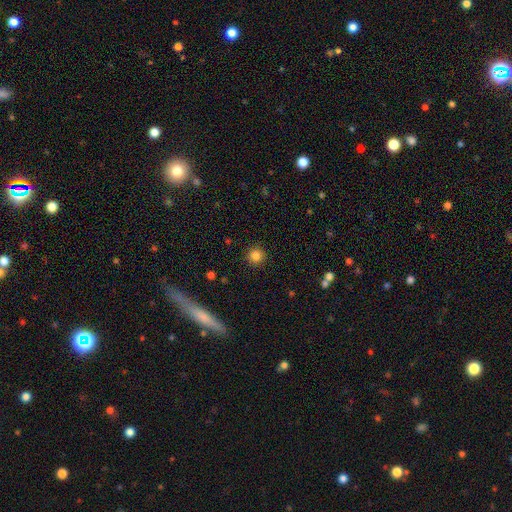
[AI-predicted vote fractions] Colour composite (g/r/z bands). It shows a smooth galaxy with no disk features (84%) that is round (94%). Merging: none (91%).